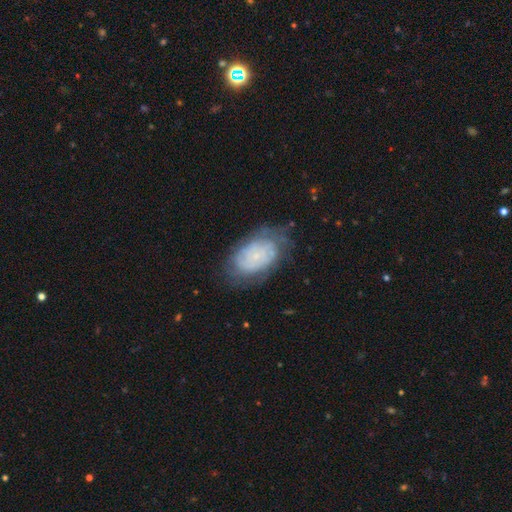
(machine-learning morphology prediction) Smooth or featured? Predicted: featured or disk (p=0.61). Edge-on disk? Predicted: no (p=0.96). Bar? Predicted: no (p=0.81). Spiral arms? Predicted: yes (p=0.82). Bulge size? Predicted: small (p=0.75). Merging? Predicted: none (p=0.66).